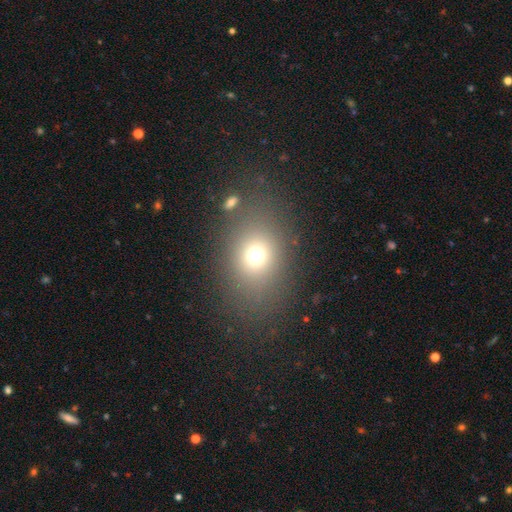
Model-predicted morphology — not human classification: The model was most divided on "how rounded": in between: 54%, round: 45%, cigar-shaped: 1%. More confident: merging — none (78%); smooth or featured — smooth (71%).